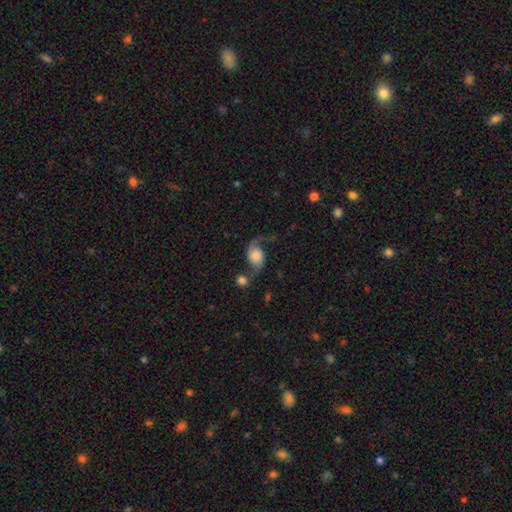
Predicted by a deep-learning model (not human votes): Overall: featured or disk (74%). Edge-on disk: no (97%). Bar: no (74%). Spiral arms: yes (95%). Spiral arm count: 2 (91%). Spiral winding: loose (85%). Bulge size: large (30%; moderate 20%). Merging: none (49%; merger 19%).